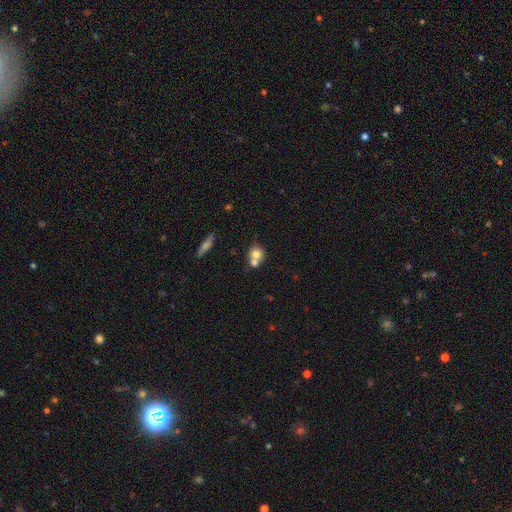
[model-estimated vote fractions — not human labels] smooth 72%, featured or disk 18%, star or artifact 10%. Down the decision tree: how rounded — round (79%); merging — merger (52%).